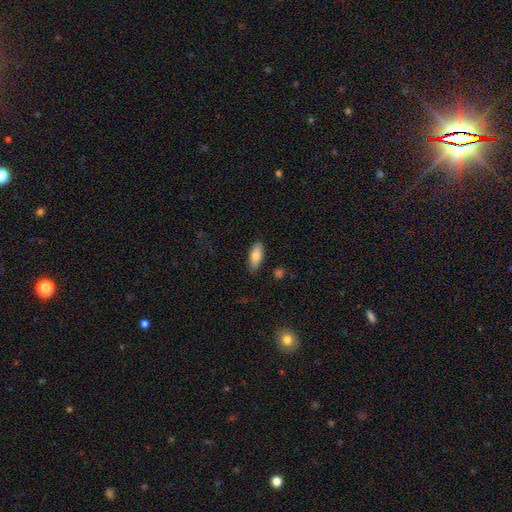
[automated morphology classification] Q: Smooth or featured?
A: smooth (79%); runner-up: featured or disk (14%)
Q: How rounded?
A: in between (77%); runner-up: cigar-shaped (20%)
Q: Merging?
A: none (86%); runner-up: minor disturbance (10%)